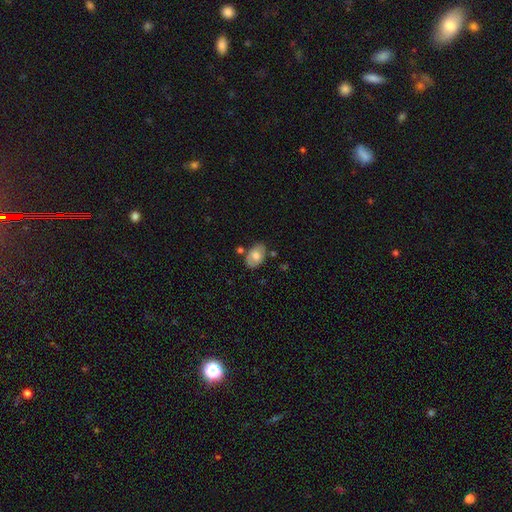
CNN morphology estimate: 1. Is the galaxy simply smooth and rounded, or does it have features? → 62% smooth, 31% featured or disk, 7% star or artifact.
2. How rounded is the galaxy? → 86% in between, 13% round, 1% cigar-shaped.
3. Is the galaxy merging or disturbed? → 68% none, 20% minor disturbance, 7% merger, 5% major disturbance.